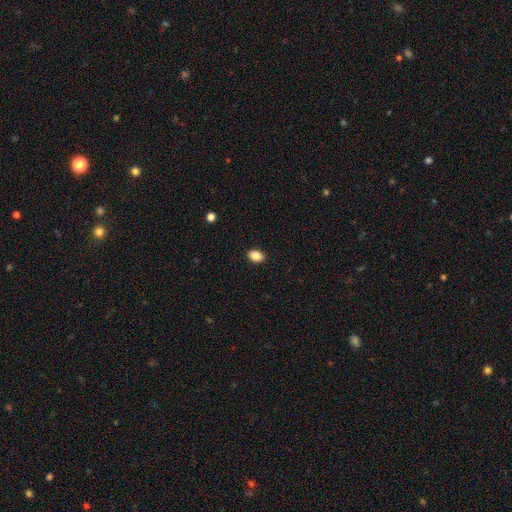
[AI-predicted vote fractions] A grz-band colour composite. It shows a smooth galaxy with no disk features (87%) that is in between round and cigar-shaped (74%). Merging: none (91%).